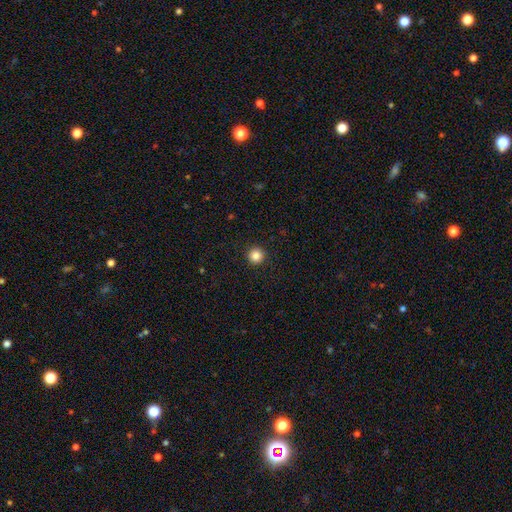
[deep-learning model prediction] Morphology: type=smooth (85%); roundness=round (96%); merging=none (93%).